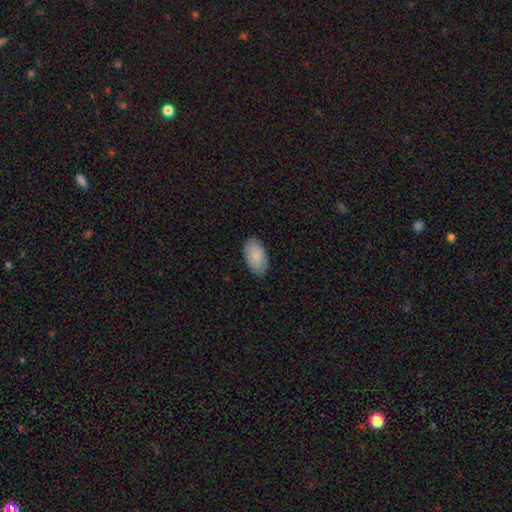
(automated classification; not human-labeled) Overall: smooth (88%). How rounded: in between (96%). Merging: none (83%).